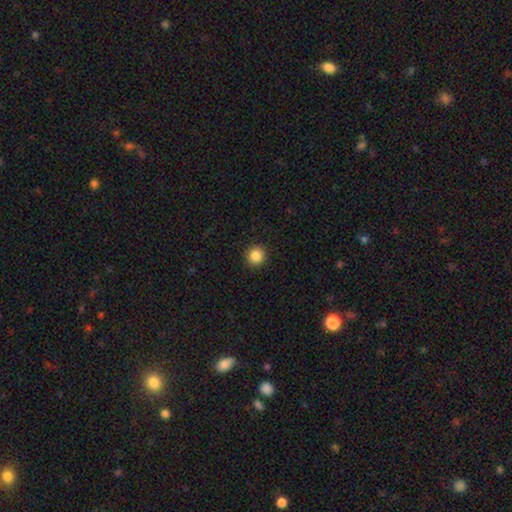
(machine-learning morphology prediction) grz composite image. It shows a smooth galaxy with no disk features (87%) that is round (94%). Merging: none (92%).